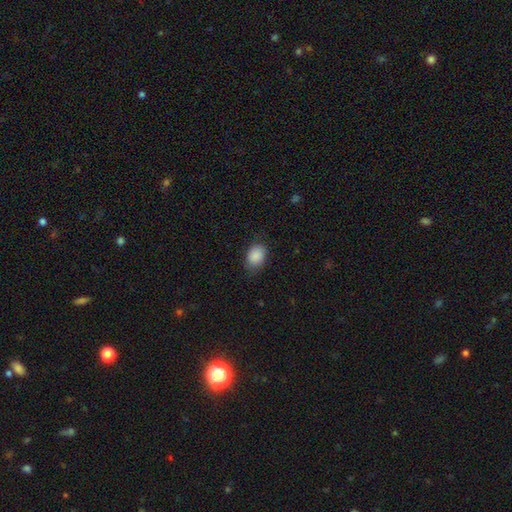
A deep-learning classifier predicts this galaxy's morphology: Smooth or featured: smooth — 88% (star or artifact — 7%)
How rounded: in between — 77% (round — 22%)
Merging: none — 75% (minor disturbance — 19%)